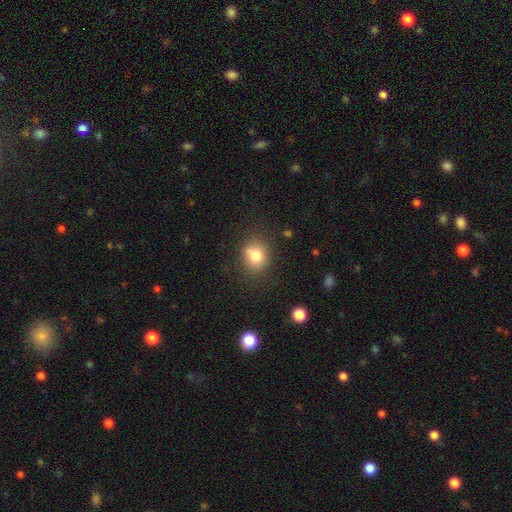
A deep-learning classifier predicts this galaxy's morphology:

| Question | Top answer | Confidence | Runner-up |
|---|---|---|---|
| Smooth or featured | smooth | 76% | star or artifact (12%) |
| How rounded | round | 73% | in between (26%) |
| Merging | none | 72% | minor disturbance (16%) |